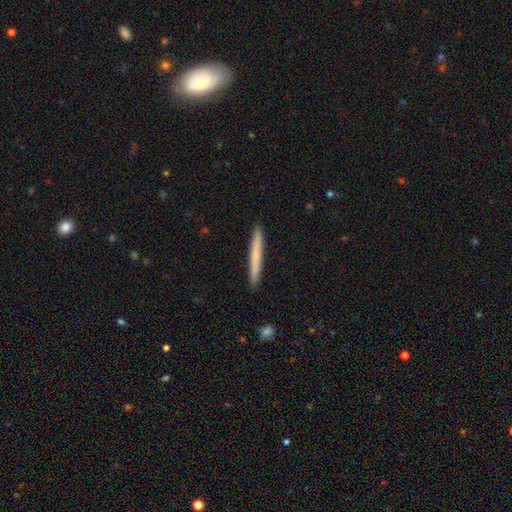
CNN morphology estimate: smooth-or-featured: smooth: 71% | featured or disk: 24% | star or artifact: 5%
  how-rounded: cigar-shaped: 97% | in between: 2% | round: 1%
  merging: none: 93% | minor disturbance: 5% | major disturbance: 1% | merger: 1%